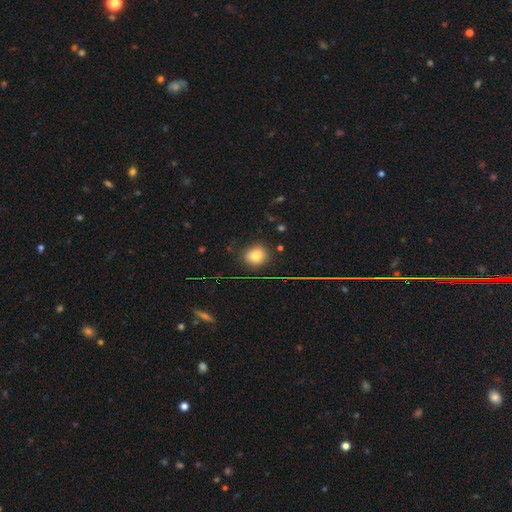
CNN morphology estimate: Smooth or featured: smooth — 79% (star or artifact — 13%)
How rounded: round — 74% (in between — 25%)
Merging: none — 79% (minor disturbance — 14%)